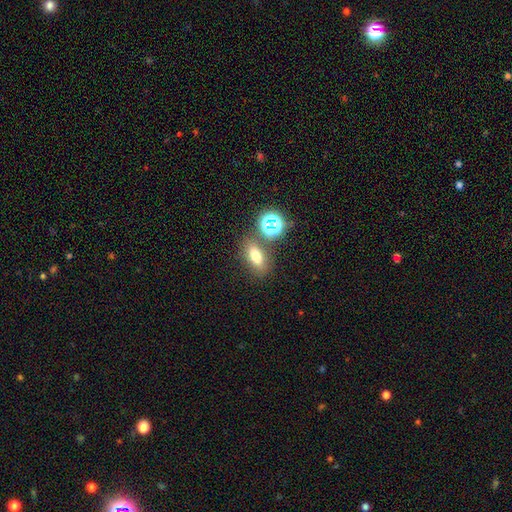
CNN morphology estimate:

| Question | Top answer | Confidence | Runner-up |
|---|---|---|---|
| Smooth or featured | smooth | 66% | star or artifact (20%) |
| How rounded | in between | 69% | round (20%) |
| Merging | none | 73% | merger (13%) |